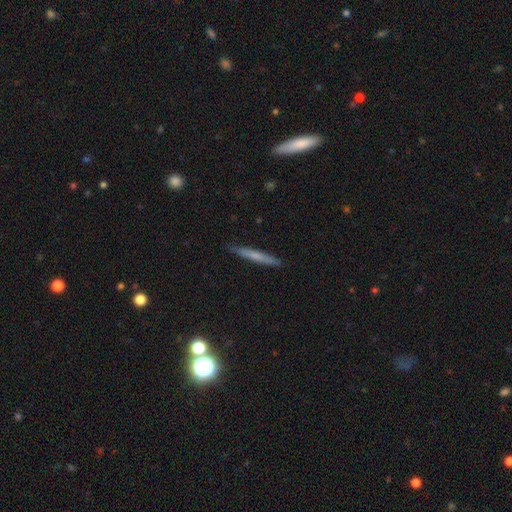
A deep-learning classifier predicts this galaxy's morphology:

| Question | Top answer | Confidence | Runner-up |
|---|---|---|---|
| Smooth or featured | smooth | 55% | featured or disk (37%) |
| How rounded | cigar-shaped | 96% | in between (3%) |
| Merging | none | 90% | minor disturbance (8%) |